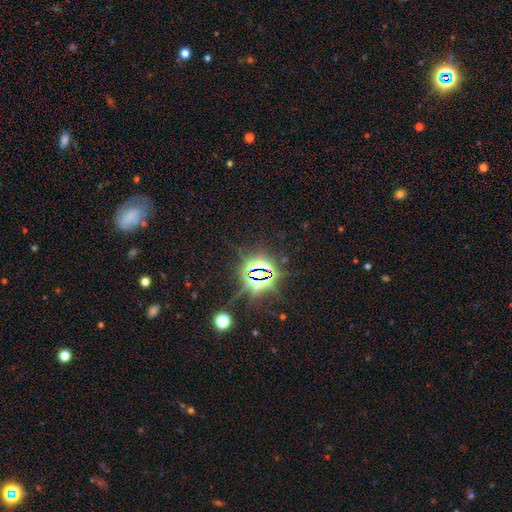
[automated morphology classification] star or artifact 83%, smooth 10%, featured or disk 7%.